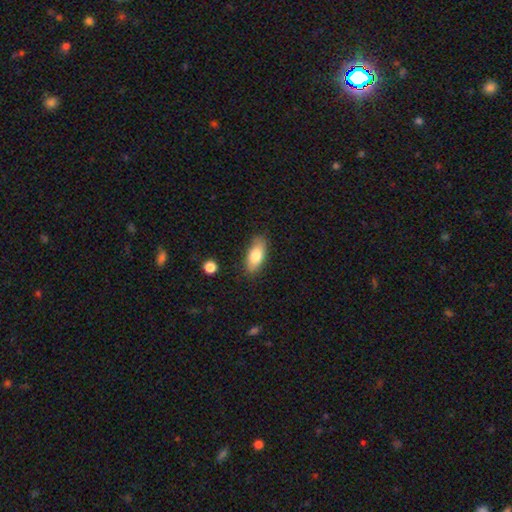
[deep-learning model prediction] A smooth galaxy with no disk features (77%) that is in between round and cigar-shaped (83%). Merging: none (83%).